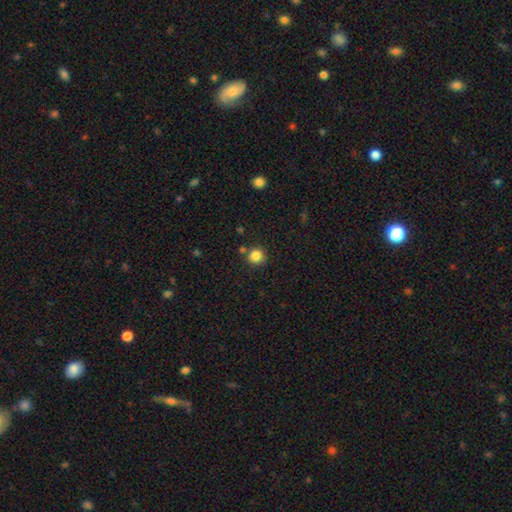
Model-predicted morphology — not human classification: Smooth or featured? Predicted: smooth (p=0.84). How rounded? Predicted: round (p=0.93). Merging? Predicted: none (p=0.81).